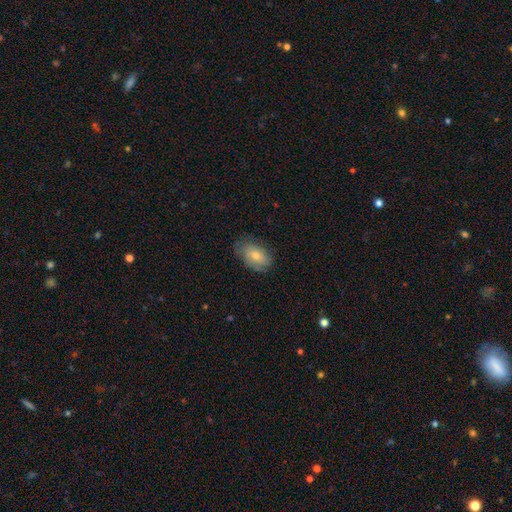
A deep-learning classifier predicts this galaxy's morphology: Smooth or featured? smooth (74%)
How rounded? in between (89%)
Merging? none (71%)